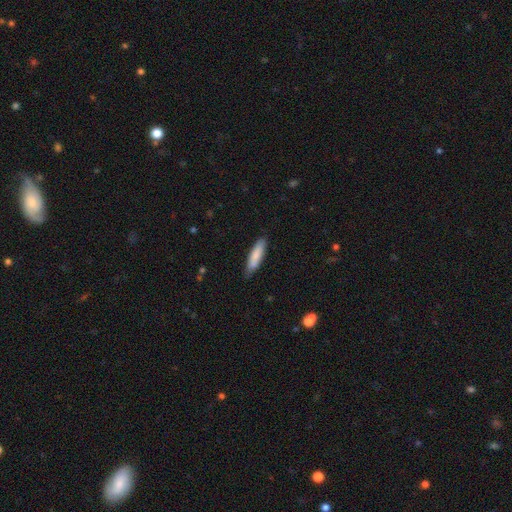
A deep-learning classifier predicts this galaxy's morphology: Smooth or featured: smooth — 81% (featured or disk — 14%)
How rounded: cigar-shaped — 70% (in between — 28%)
Merging: none — 78% (minor disturbance — 18%)